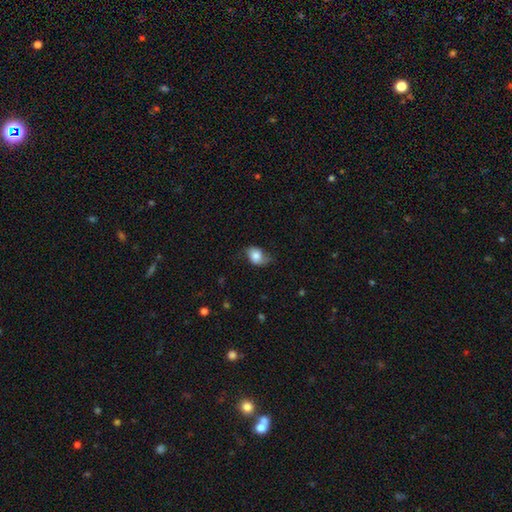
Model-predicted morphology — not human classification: type=smooth (72%); roundness=in between (75%); merging=none (56%).